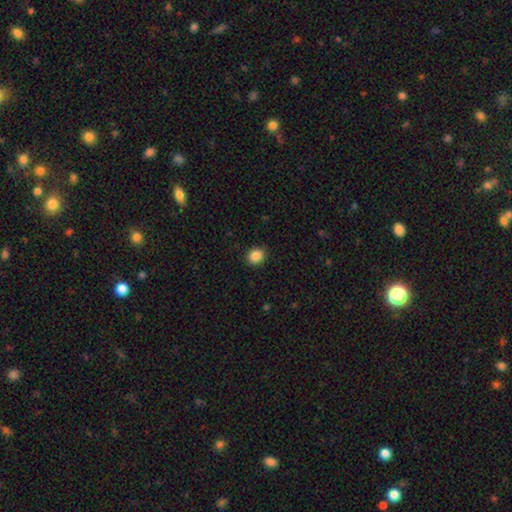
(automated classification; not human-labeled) Smooth or featured: smooth — 87% (star or artifact — 10%)
How rounded: round — 76% (in between — 23%)
Merging: none — 91% (minor disturbance — 6%)